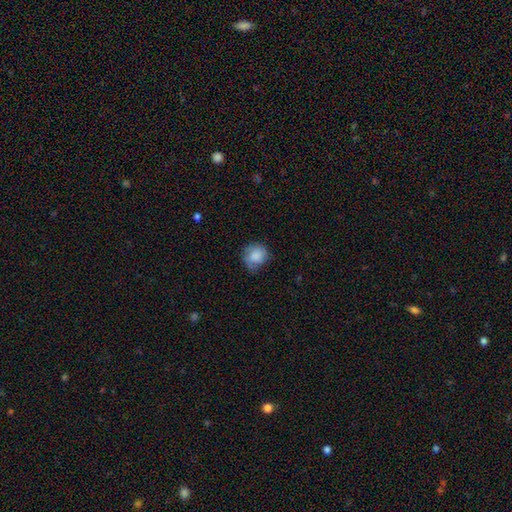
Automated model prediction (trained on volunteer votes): Q: Smooth or featured?
A: smooth (79%); runner-up: featured or disk (13%)
Q: How rounded?
A: round (84%); runner-up: in between (15%)
Q: Merging?
A: none (62%); runner-up: minor disturbance (29%)